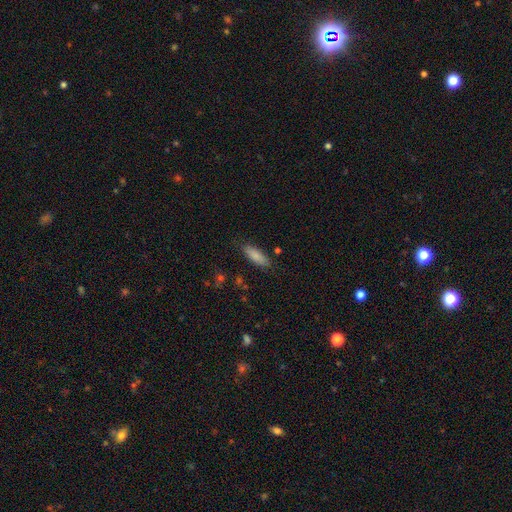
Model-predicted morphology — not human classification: The model was most divided on "how rounded": in between: 62%, cigar-shaped: 36%, round: 2%. More confident: smooth or featured — smooth (85%); merging — none (82%).